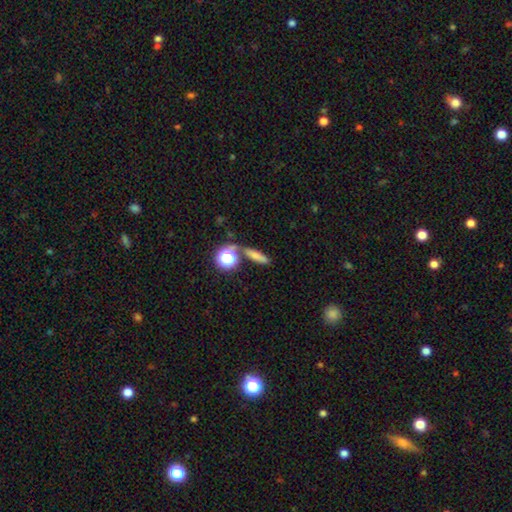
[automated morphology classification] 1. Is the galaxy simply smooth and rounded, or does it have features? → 71% smooth, 17% star or artifact, 12% featured or disk.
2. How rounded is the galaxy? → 58% cigar-shaped, 25% in between, 17% round.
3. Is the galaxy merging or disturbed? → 71% none, 14% merger, 11% minor disturbance, 4% major disturbance.